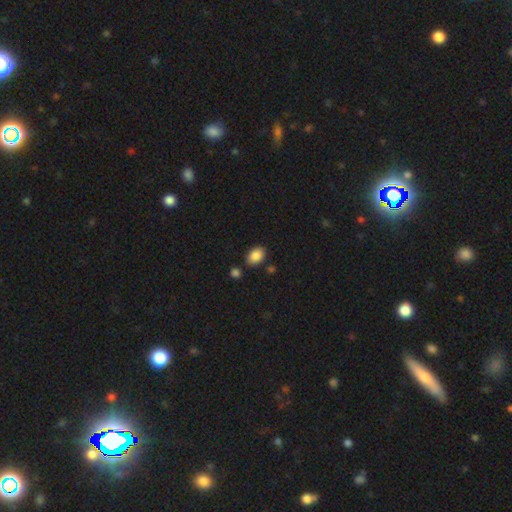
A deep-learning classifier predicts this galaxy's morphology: smooth-or-featured: smooth: 88% | star or artifact: 8% | featured or disk: 4%
  how-rounded: in between: 82% | round: 17% | cigar-shaped: 1%
  merging: none: 81% | minor disturbance: 11% | merger: 5% | major disturbance: 3%